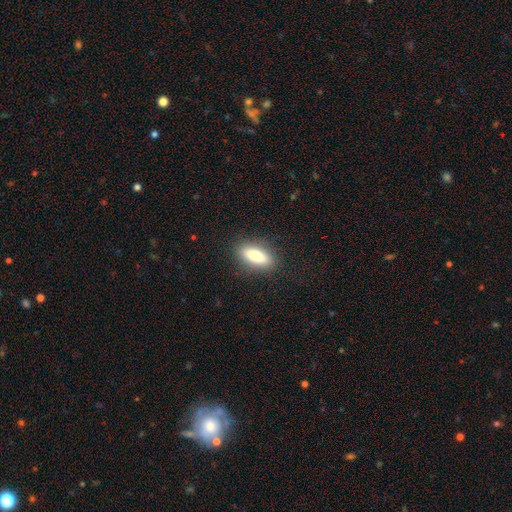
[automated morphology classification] smooth 72%, featured or disk 20%, star or artifact 7%. Down the decision tree: how rounded — in between (71%); merging — none (88%).